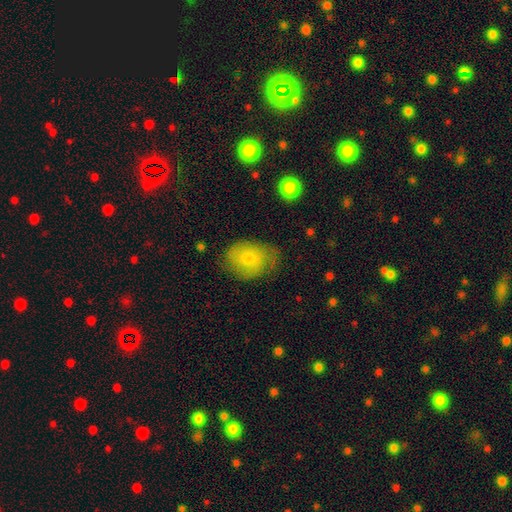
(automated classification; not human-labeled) A smooth galaxy with no disk features (60%) that is in between round and cigar-shaped (63%). Merging: none (63%).